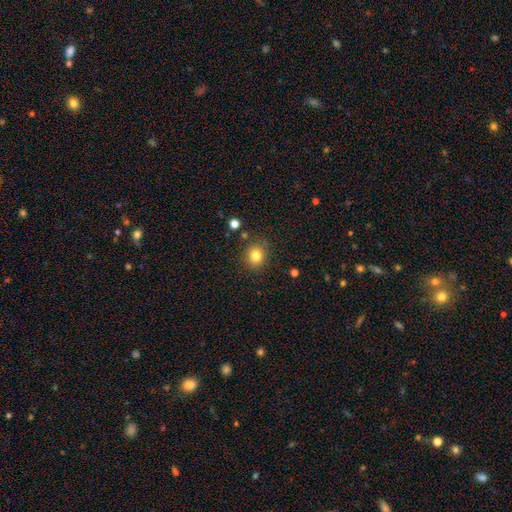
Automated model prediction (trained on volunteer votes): This is clearly a smooth galaxy (81%). How rounded: likely round (78%). Merging: clearly none (84%).